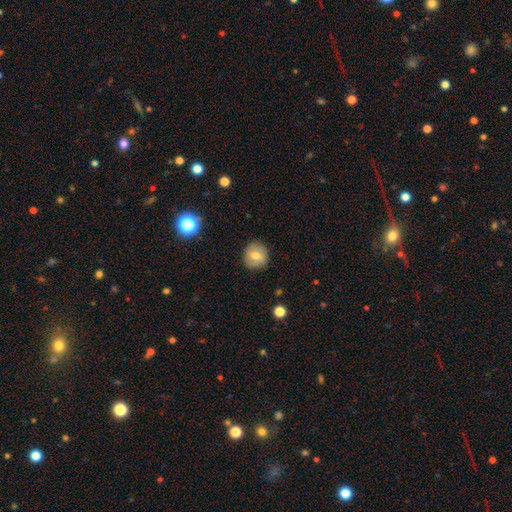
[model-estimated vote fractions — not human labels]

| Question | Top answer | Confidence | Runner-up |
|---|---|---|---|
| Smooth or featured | smooth | 70% | featured or disk (20%) |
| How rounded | round | 90% | in between (9%) |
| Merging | none | 87% | minor disturbance (9%) |